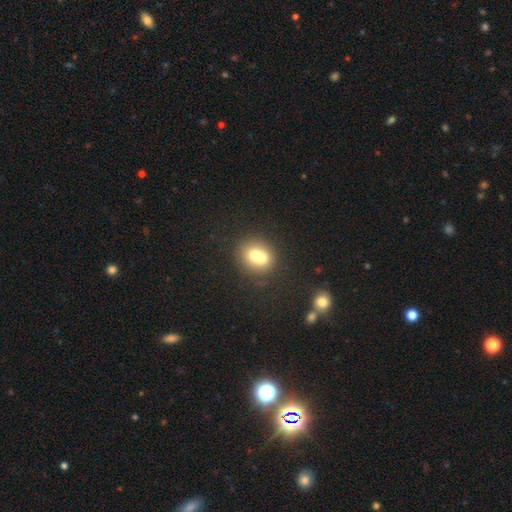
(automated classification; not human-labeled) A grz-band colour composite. It shows a smooth galaxy with no disk features (66%) that is round (74%). Merging: merger (55%).